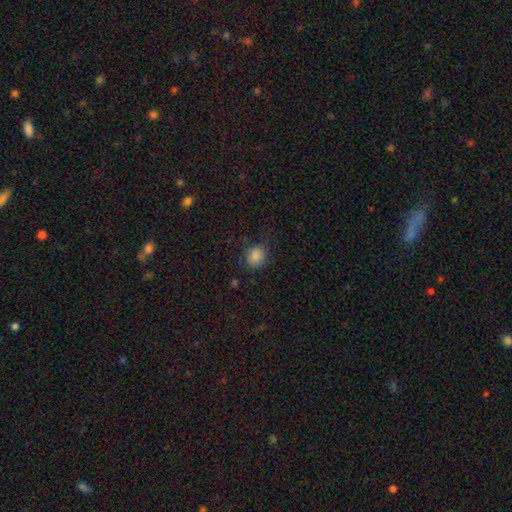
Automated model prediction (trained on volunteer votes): smooth-or-featured: smooth: 83% | star or artifact: 11% | featured or disk: 6%
  how-rounded: round: 66% | in between: 33% | cigar-shaped: 1%
  merging: none: 71% | minor disturbance: 19% | major disturbance: 8% | merger: 2%